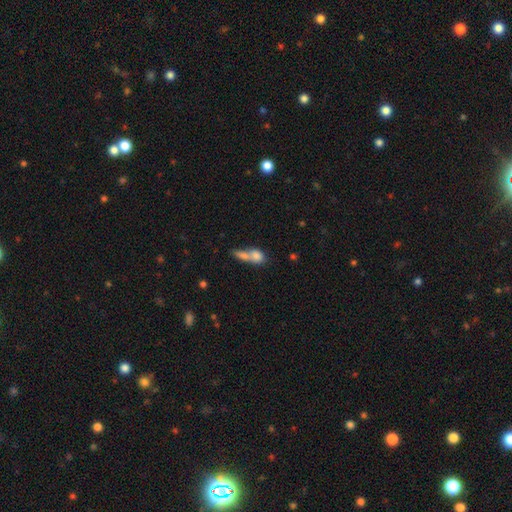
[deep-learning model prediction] Smooth or featured? smooth (74%)
How rounded? in between (58%)
Merging? merger (67%)